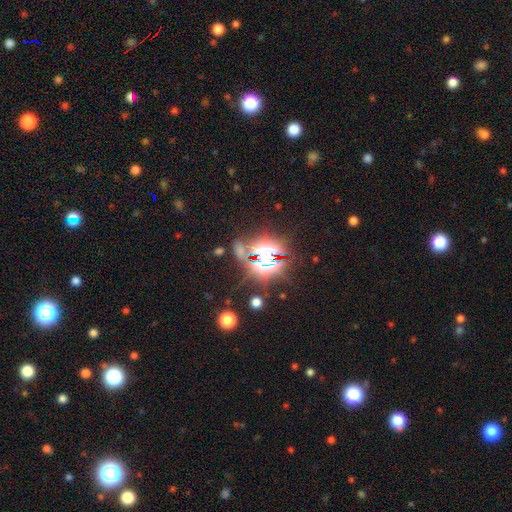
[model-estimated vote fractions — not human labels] Smooth or featured: star or artifact — 81% (smooth — 12%)